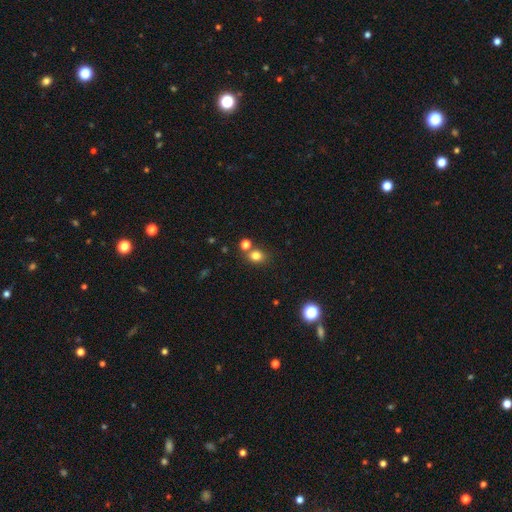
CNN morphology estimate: A smooth galaxy with no disk features (78%) that is round (65%).

Vote fractions:
- Smooth or featured? smooth: 78% / star or artifact: 15% / featured or disk: 7%
- How rounded? round: 65% / in between: 34% / cigar-shaped: 1%
- Merging? none: 67% / merger: 20% / minor disturbance: 10% / major disturbance: 3%